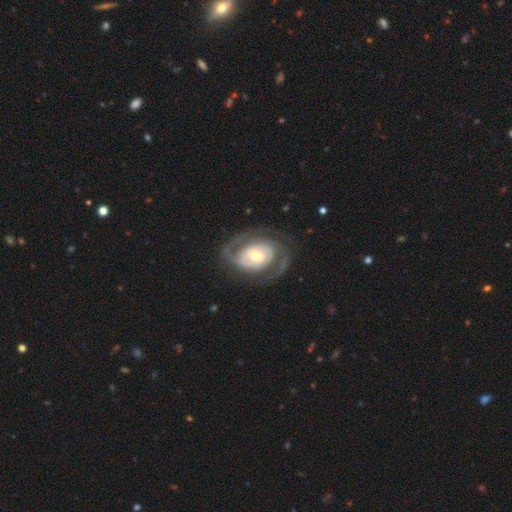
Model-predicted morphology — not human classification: Overall: featured or disk (88%). Edge-on disk: no (97%). Bar: no (57%; weak 32%). Spiral arms: yes (95%). Spiral arm count: 2 (77%). Spiral winding: tight (48%; medium 39%). Bulge size: moderate (62%; small 25%). Merging: none (73%).